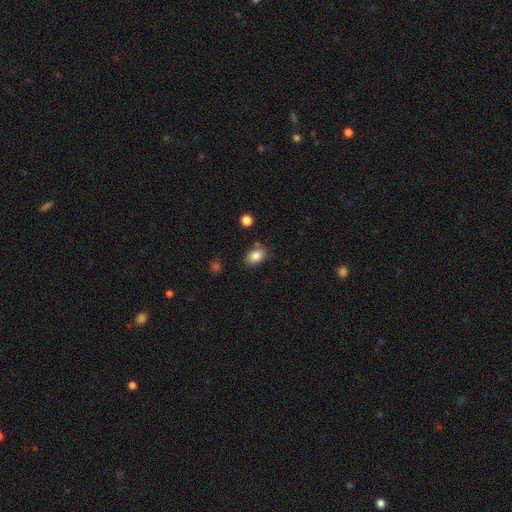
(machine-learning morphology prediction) Smooth or featured?
  - smooth: 85% *
  - star or artifact: 9%
  - featured or disk: 6%
How rounded?
  - in between: 83% *
  - round: 16%
  - cigar-shaped: 1%
Merging?
  - none: 78% *
  - minor disturbance: 14%
  - merger: 4%
  - major disturbance: 3%